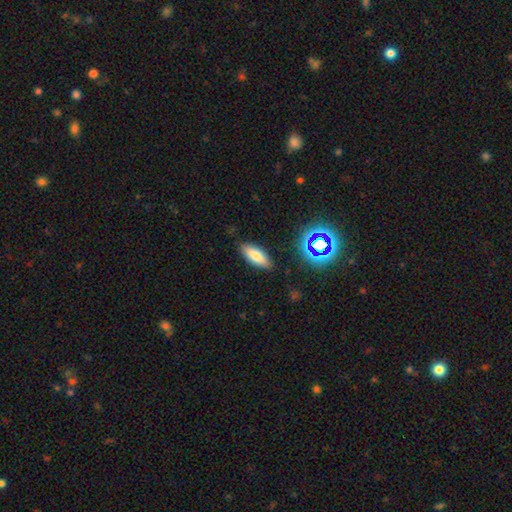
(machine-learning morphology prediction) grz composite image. It shows a smooth galaxy with no disk features (78%) that is in between round and cigar-shaped (77%). Merging: none (85%).